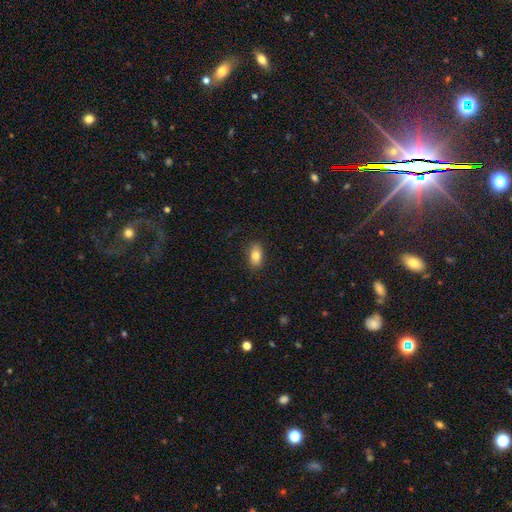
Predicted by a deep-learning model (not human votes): Smooth or featured? Predicted: smooth (p=0.80). How rounded? Predicted: in between (p=0.88). Merging? Predicted: none (p=0.85).